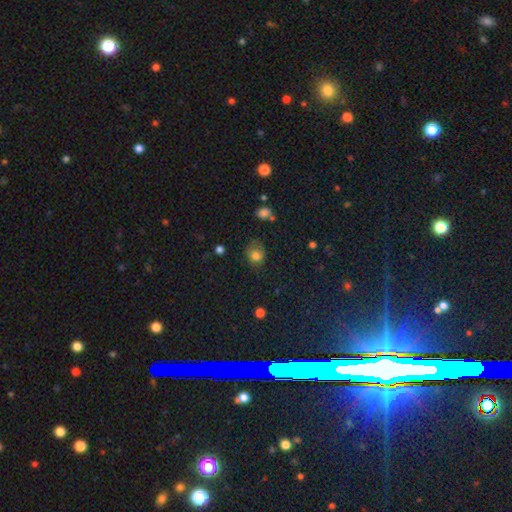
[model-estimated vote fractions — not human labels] Smooth or featured? Predicted: smooth (p=0.80). How rounded? Predicted: round (p=0.74). Merging? Predicted: none (p=0.59).